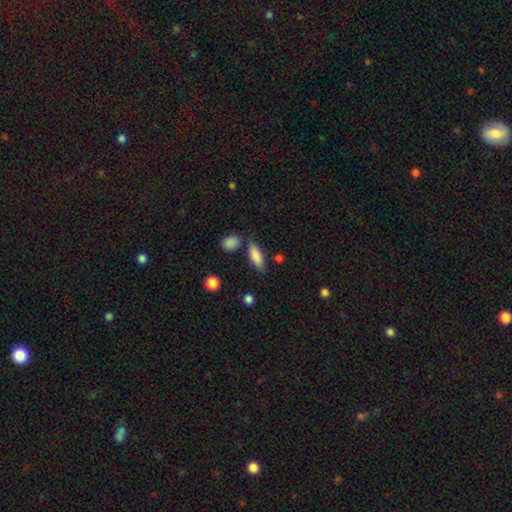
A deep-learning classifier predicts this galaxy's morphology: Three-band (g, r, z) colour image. It shows a smooth galaxy with no disk features (84%) that is in between round and cigar-shaped (61%). Merging: none (76%).